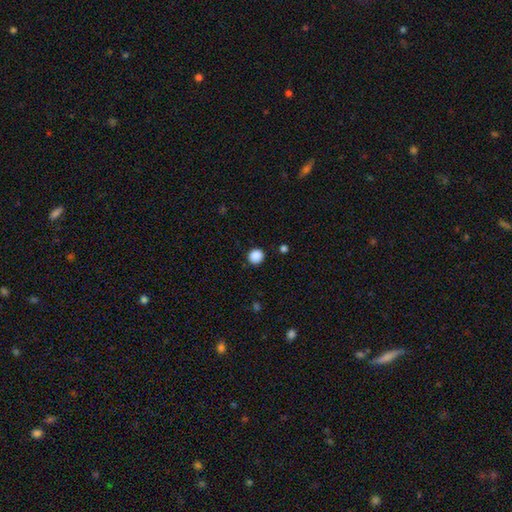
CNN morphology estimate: smooth 88%, star or artifact 10%, featured or disk 2%. Down the decision tree: how rounded — round (91%); merging — none (90%).